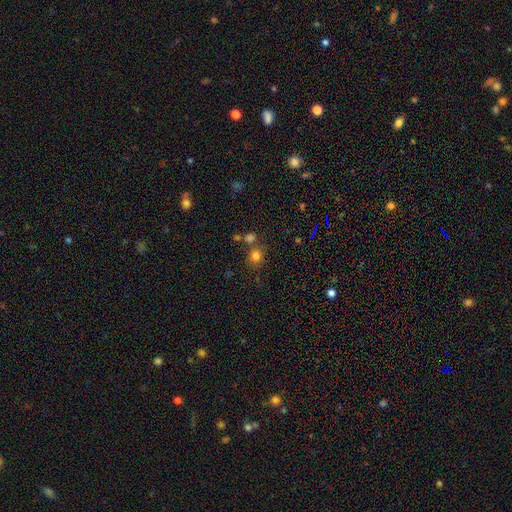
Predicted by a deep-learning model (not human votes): Q: Smooth or featured?
A: smooth (78%); runner-up: star or artifact (15%)
Q: How rounded?
A: round (73%); runner-up: in between (26%)
Q: Merging?
A: none (67%); runner-up: merger (18%)